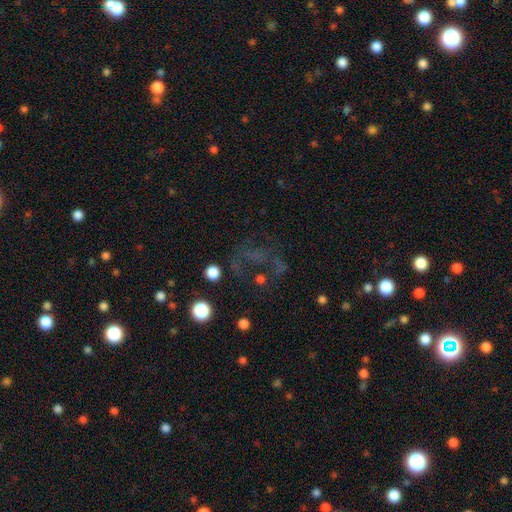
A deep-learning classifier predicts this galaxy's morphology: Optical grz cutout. It shows a star or artifact, not a galaxy (44%).